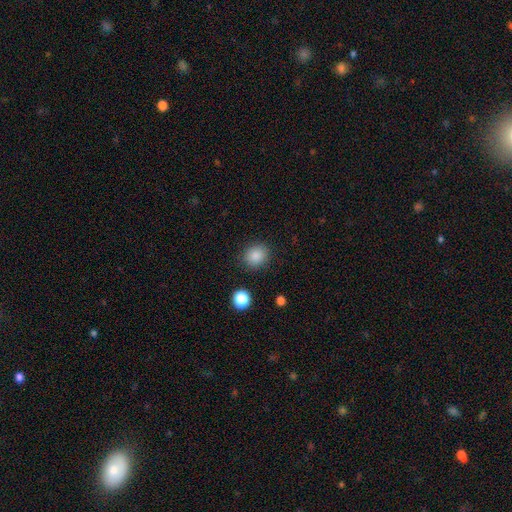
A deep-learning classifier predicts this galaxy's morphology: This appears to be a smooth galaxy with no disk features (86%) that is round (73%). Merging: none (87%).